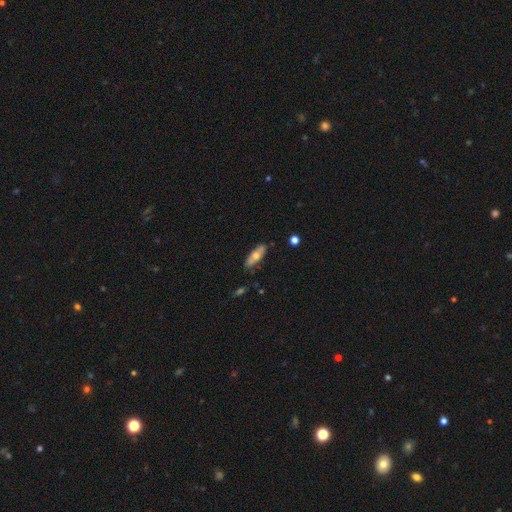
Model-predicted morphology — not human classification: Smooth or featured: smooth — 56% (featured or disk — 37%)
How rounded: in between — 60% (cigar-shaped — 38%)
Merging: none — 79% (minor disturbance — 15%)